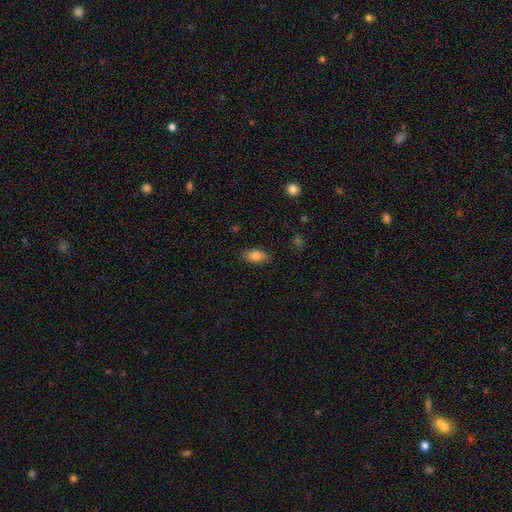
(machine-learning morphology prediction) smooth-or-featured: smooth: 82% | featured or disk: 10% | star or artifact: 8%
  how-rounded: in between: 89% | round: 6% | cigar-shaped: 5%
  merging: none: 84% | minor disturbance: 12% | major disturbance: 3% | merger: 1%